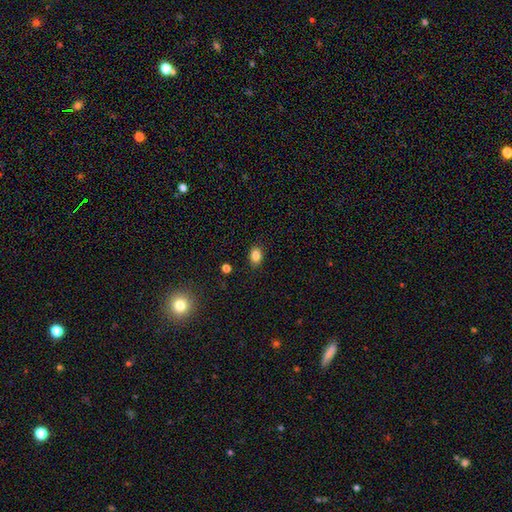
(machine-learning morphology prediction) Q: Smooth or featured?
A: smooth (84%); runner-up: star or artifact (11%)
Q: How rounded?
A: in between (72%); runner-up: round (27%)
Q: Merging?
A: none (87%); runner-up: minor disturbance (9%)